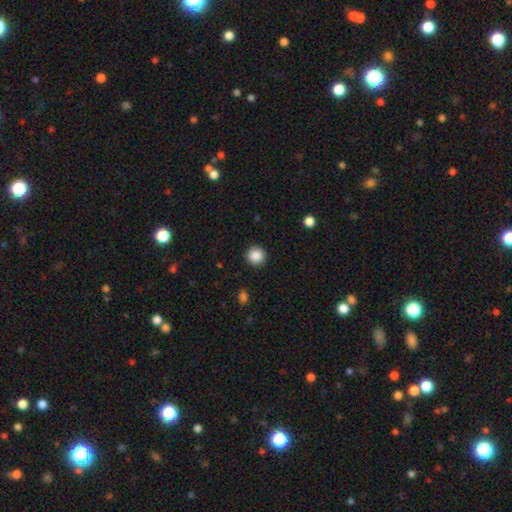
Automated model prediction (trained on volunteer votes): Smooth or featured?
  - smooth: 88% *
  - star or artifact: 9%
  - featured or disk: 3%
How rounded?
  - round: 93% *
  - in between: 6%
  - cigar-shaped: 1%
Merging?
  - none: 92% *
  - minor disturbance: 5%
  - major disturbance: 2%
  - merger: 1%